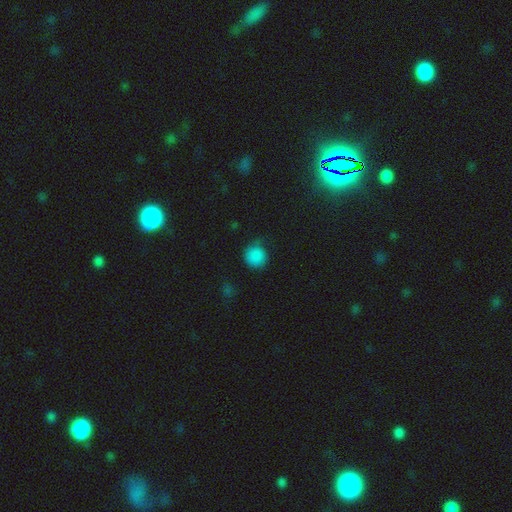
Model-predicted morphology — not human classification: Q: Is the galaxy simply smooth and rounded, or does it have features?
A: smooth — 85%.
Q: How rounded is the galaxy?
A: round — 90%.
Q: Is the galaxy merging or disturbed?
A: none — 60%.